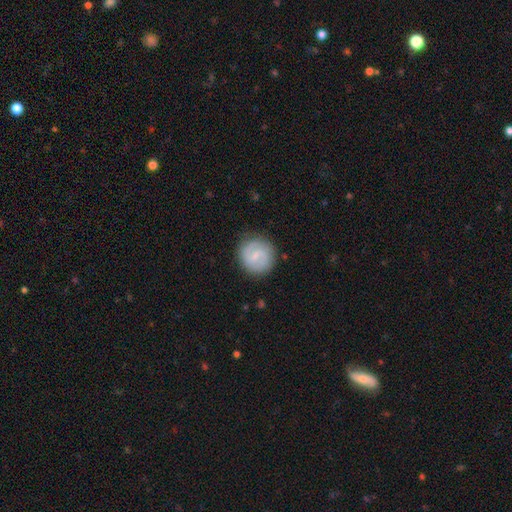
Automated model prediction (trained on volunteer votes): Q: Smooth or featured?
A: featured or disk (66%); runner-up: smooth (29%)
Q: Edge-on disk?
A: no (98%); runner-up: yes (2%)
Q: Bar?
A: weak (62%); runner-up: strong (19%)
Q: Spiral arms?
A: yes (90%); runner-up: no (10%)
Q: Spiral winding?
A: medium (48%); runner-up: tight (31%)
Q: Spiral arm count?
A: 2 (86%); runner-up: can't tell (7%)
Q: Bulge size?
A: small (60%); runner-up: none (20%)
Q: Merging?
A: none (85%); runner-up: minor disturbance (10%)